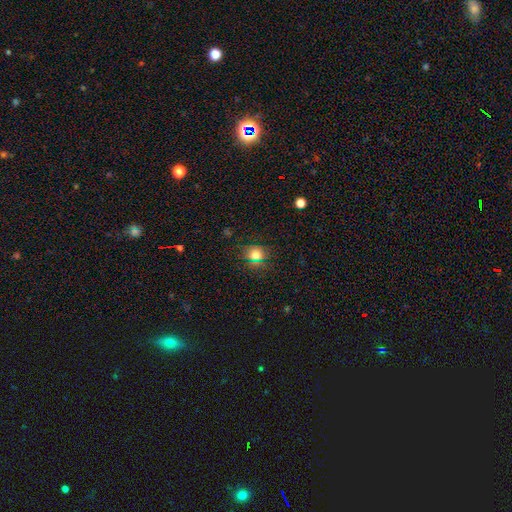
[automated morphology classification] This appears to be a smooth galaxy with no disk features (70%) that is round (86%). Merging: none (84%).